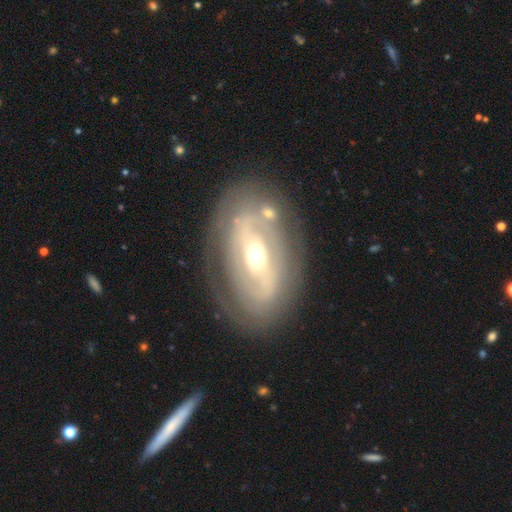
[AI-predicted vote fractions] This appears to be a featured or disk galaxy (79%) with a weak bar (35%), 2 (51%) tight (58%) spiral arms (68%) and a moderate central bulge (65%). Merging: none (73%).